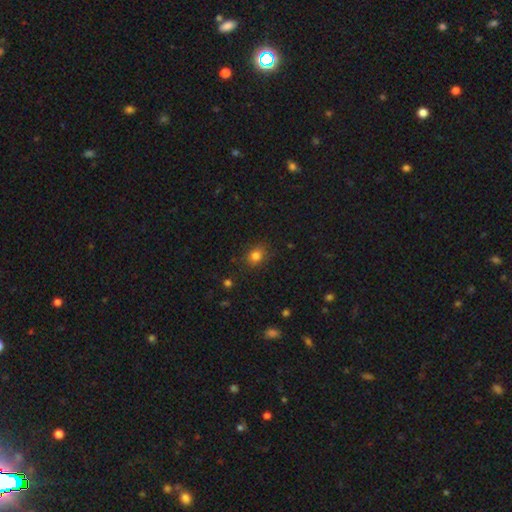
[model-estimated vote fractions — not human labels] smooth-or-featured: smooth: 81% | star or artifact: 13% | featured or disk: 6%
  how-rounded: round: 57% | in between: 41% | cigar-shaped: 1%
  merging: none: 82% | minor disturbance: 13% | major disturbance: 3% | merger: 1%